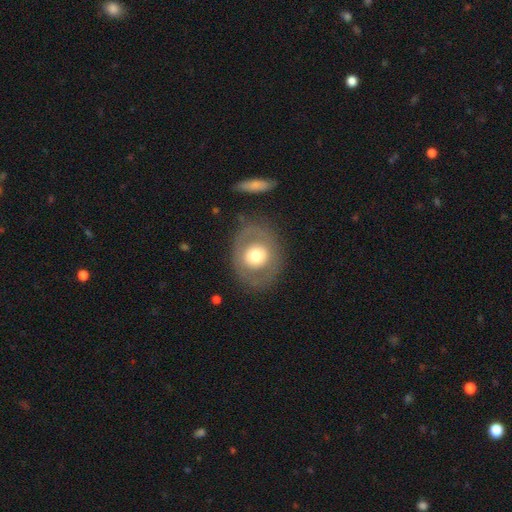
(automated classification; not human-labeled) Overall: smooth (53%; featured or disk 41%). How rounded: round (58%; in between 41%). Merging: none (79%).